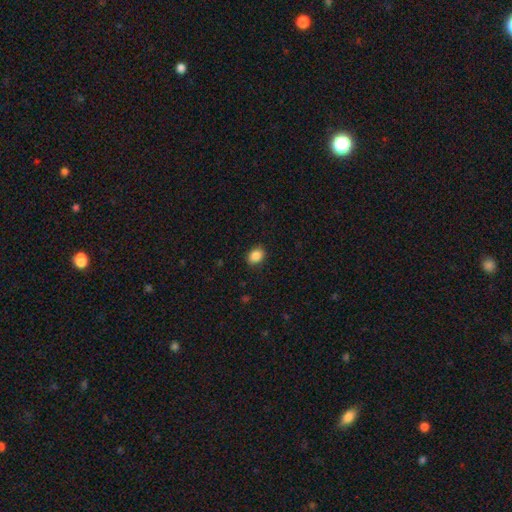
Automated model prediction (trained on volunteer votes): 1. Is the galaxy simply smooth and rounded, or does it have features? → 87% smooth, 9% star or artifact, 4% featured or disk.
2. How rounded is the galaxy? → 55% in between, 44% round, 1% cigar-shaped.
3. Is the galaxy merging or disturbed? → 89% none, 8% minor disturbance, 2% major disturbance, 1% merger.